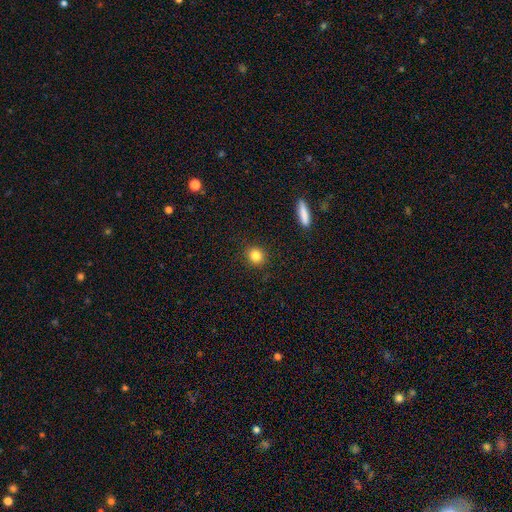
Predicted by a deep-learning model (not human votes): Q: Smooth or featured?
A: smooth (84%); runner-up: star or artifact (10%)
Q: How rounded?
A: round (82%); runner-up: in between (16%)
Q: Merging?
A: none (90%); runner-up: minor disturbance (7%)